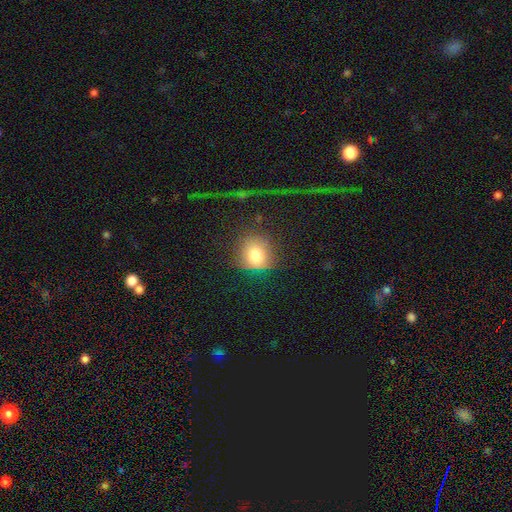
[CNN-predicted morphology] A smooth galaxy with no disk features (77%) that is round (80%). Merging: none (68%).